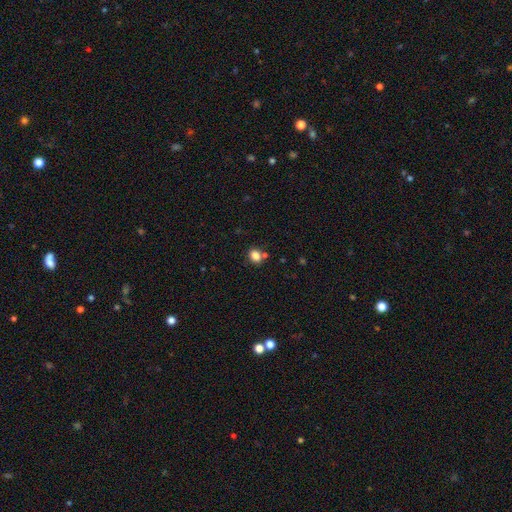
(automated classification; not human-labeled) The model was most divided on "how rounded": round: 55%, in between: 44%, cigar-shaped: 1%. More confident: smooth or featured — smooth (83%); merging — none (71%).